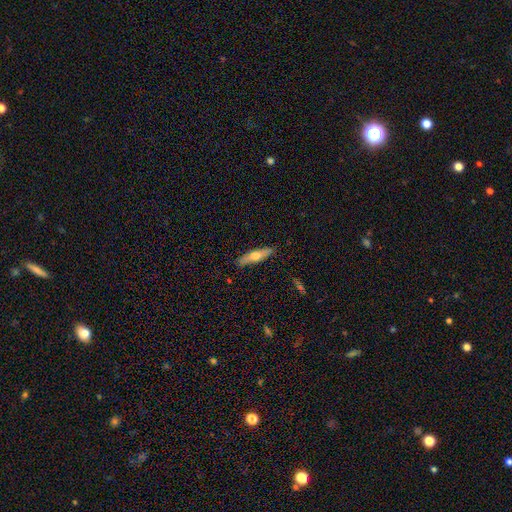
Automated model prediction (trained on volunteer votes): Smooth or featured: smooth — 54% (featured or disk — 39%)
How rounded: cigar-shaped — 76% (in between — 23%)
Merging: none — 88% (minor disturbance — 9%)